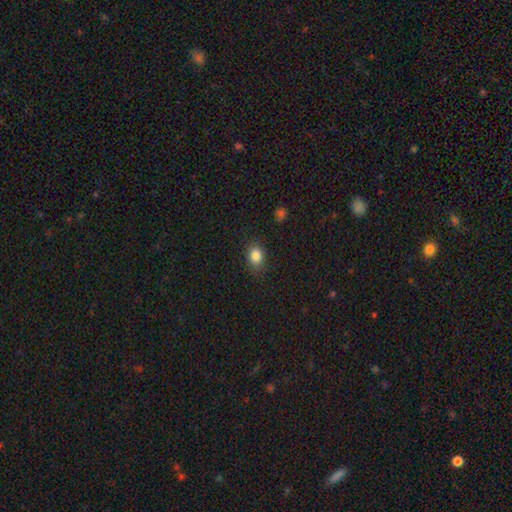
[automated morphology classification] smooth-or-featured: smooth: 85% | star or artifact: 10% | featured or disk: 5%
  how-rounded: in between: 61% | round: 38% | cigar-shaped: 1%
  merging: none: 82% | minor disturbance: 13% | major disturbance: 3% | merger: 1%